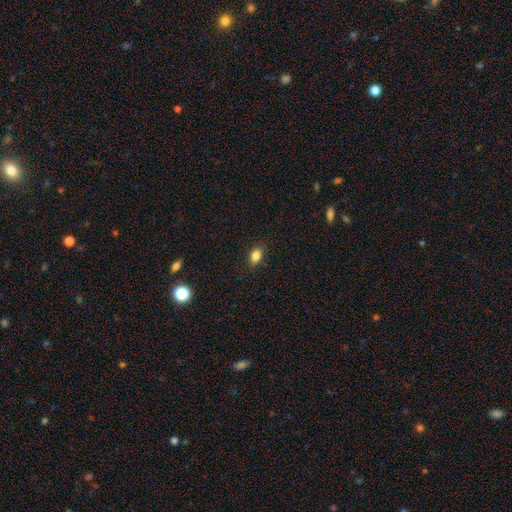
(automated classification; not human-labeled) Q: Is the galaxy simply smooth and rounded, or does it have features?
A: smooth — 84%.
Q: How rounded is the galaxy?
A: in between — 83%.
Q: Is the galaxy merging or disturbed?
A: none — 87%.